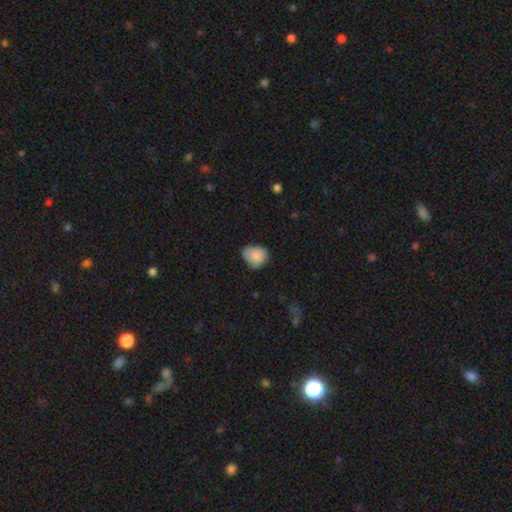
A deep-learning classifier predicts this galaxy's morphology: smooth_or_featured: smooth (p=0.83) [alt: featured or disk p=0.10]
how_rounded: round (p=0.61) [alt: in between p=0.38]
merging: none (p=0.55) [alt: minor disturbance p=0.36]